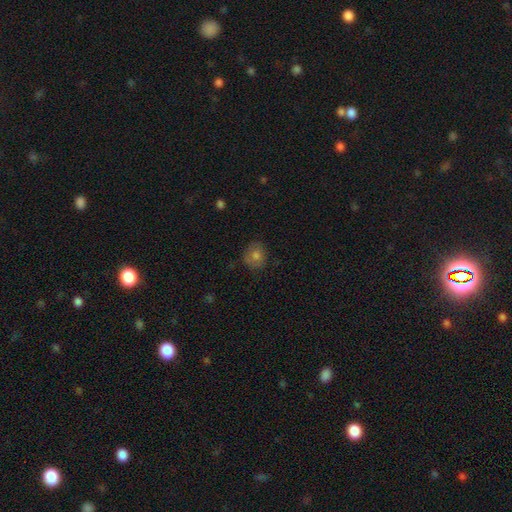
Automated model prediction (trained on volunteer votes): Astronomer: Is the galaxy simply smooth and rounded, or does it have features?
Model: smooth — 73%.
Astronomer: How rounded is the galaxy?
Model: round — 80%.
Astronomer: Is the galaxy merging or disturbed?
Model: none — 80%.